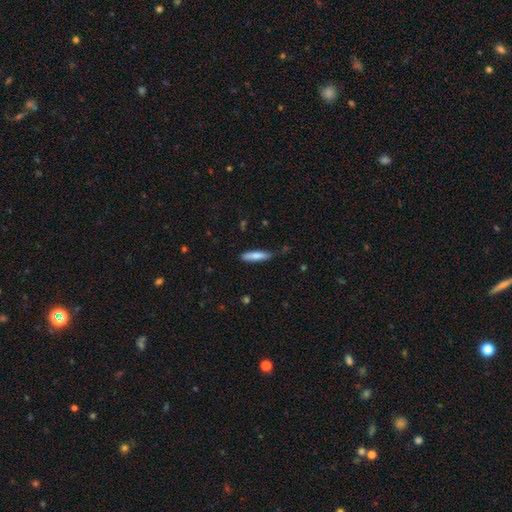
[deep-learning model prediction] smooth 80%, featured or disk 15%, star or artifact 6%. Down the decision tree: how rounded — cigar-shaped (76%); merging — none (76%).